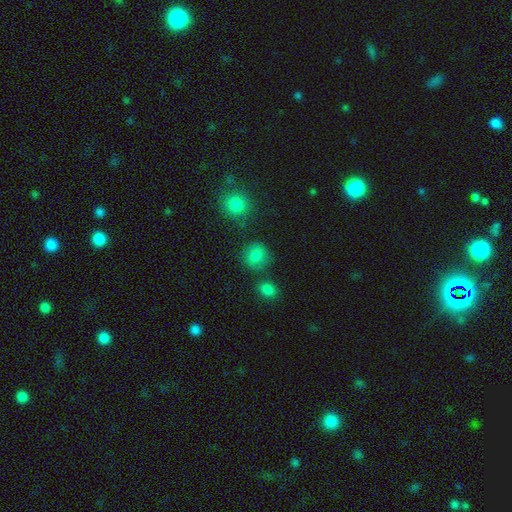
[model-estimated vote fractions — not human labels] Overall: smooth (82%). How rounded: round (84%). Merging: none (78%).